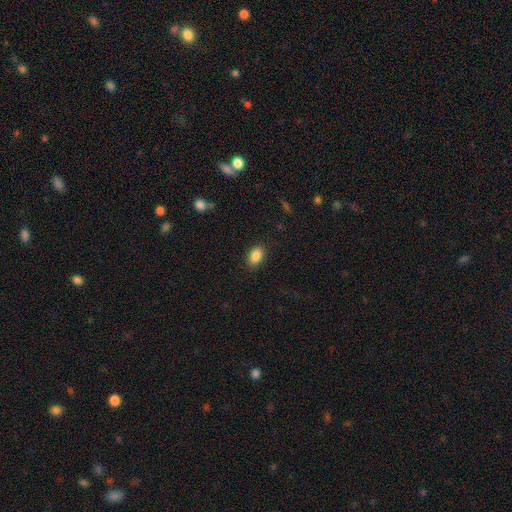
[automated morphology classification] smooth 88%, star or artifact 8%, featured or disk 4%. Down the decision tree: how rounded — in between (88%); merging — none (87%).